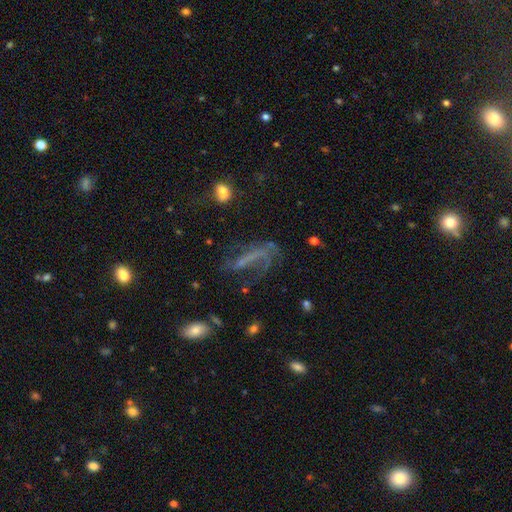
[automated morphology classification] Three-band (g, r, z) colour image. It shows a featured or disk galaxy (50%). Merging: none (51%).